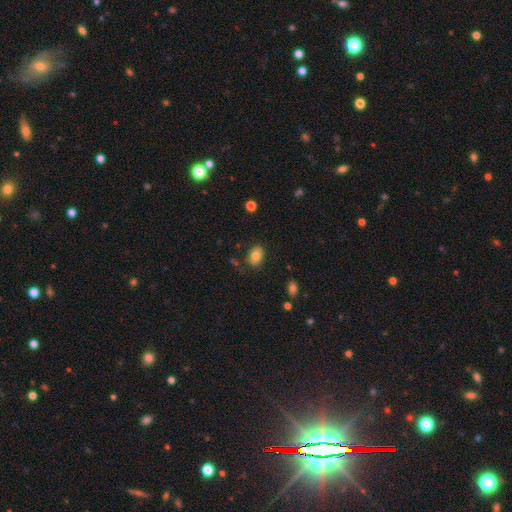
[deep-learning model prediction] The model was most divided on "how rounded": in between: 75%, round: 24%, cigar-shaped: 1%. More confident: merging — none (81%); smooth or featured — smooth (78%).